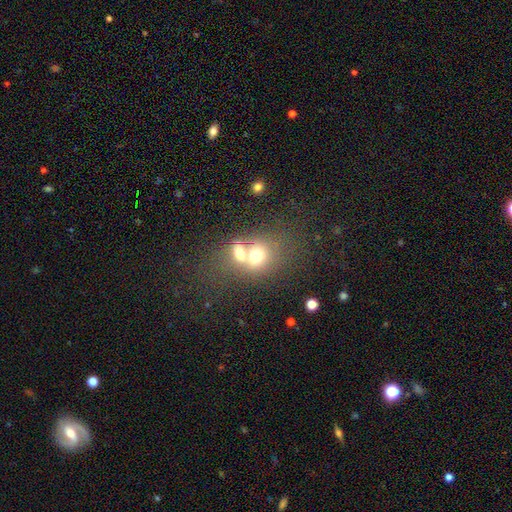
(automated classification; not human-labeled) The model was most divided on "how rounded": round: 55%, in between: 44%, cigar-shaped: 1%. More confident: merging — merger (67%); smooth or featured — smooth (65%).